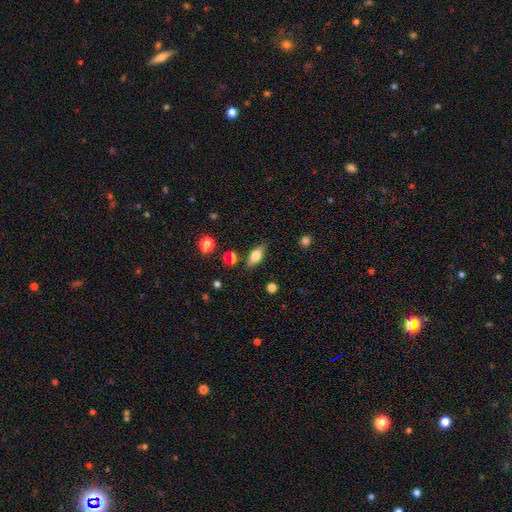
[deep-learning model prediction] A smooth galaxy with no disk features (66%) that is in between round and cigar-shaped (78%).

Vote fractions:
- Smooth or featured? smooth: 66% / featured or disk: 25% / star or artifact: 9%
- How rounded? in between: 78% / cigar-shaped: 17% / round: 5%
- Merging? none: 81% / minor disturbance: 12% / merger: 4% / major disturbance: 3%